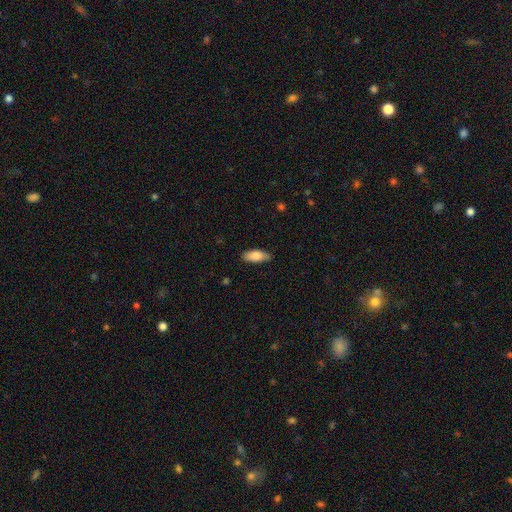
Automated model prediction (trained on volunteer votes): smooth_or_featured: smooth (p=0.84) [alt: featured or disk p=0.10]
how_rounded: in between (p=0.81) [alt: cigar-shaped p=0.17]
merging: none (p=0.82) [alt: minor disturbance p=0.14]